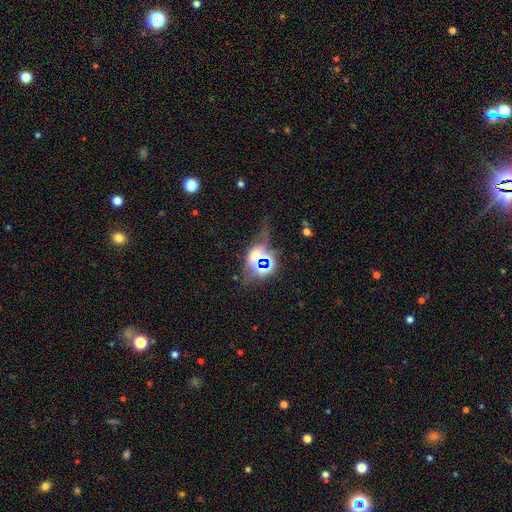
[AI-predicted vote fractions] smooth-or-featured: star or artifact: 54% | smooth: 29% | featured or disk: 17%